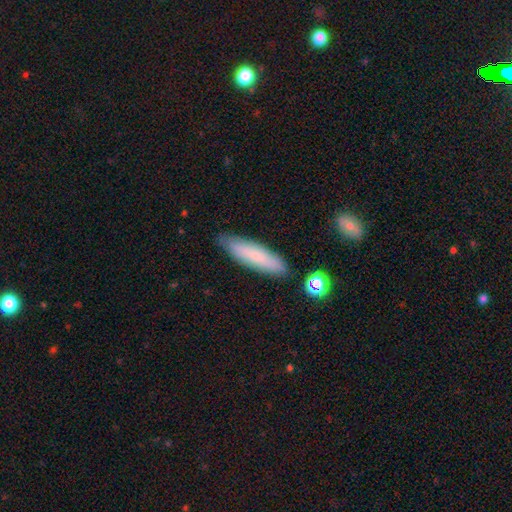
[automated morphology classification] type=smooth (75%); roundness=cigar-shaped (73%); merging=none (83%).